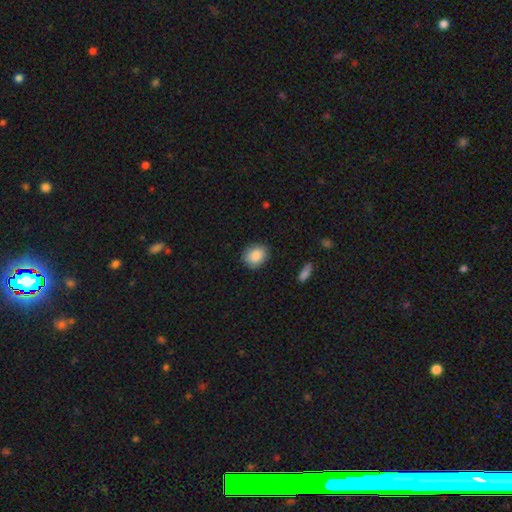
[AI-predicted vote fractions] smooth-or-featured: smooth: 86% | star or artifact: 7% | featured or disk: 7%
  how-rounded: round: 56% | in between: 43% | cigar-shaped: 1%
  merging: none: 83% | minor disturbance: 13% | major disturbance: 3% | merger: 1%